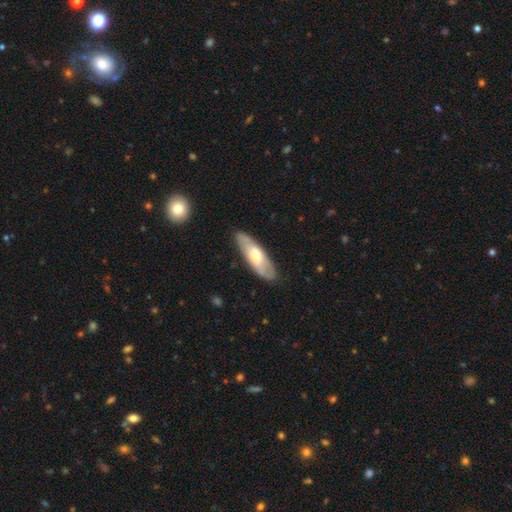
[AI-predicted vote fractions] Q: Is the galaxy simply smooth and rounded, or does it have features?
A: smooth — 50%.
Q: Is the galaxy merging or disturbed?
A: none — 84%.